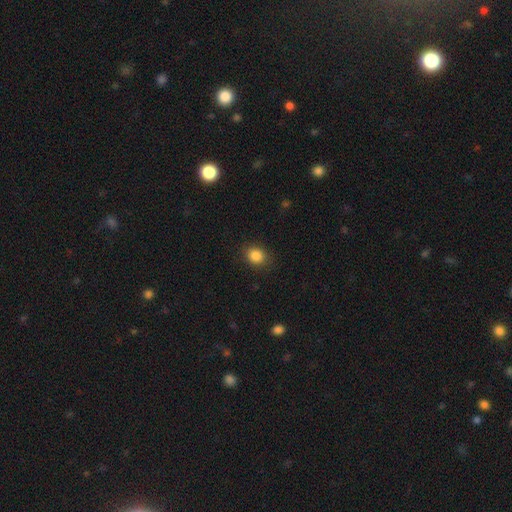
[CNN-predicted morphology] Smooth or featured: smooth — 86% (star or artifact — 10%)
How rounded: round — 53% (in between — 46%)
Merging: none — 86% (minor disturbance — 10%)